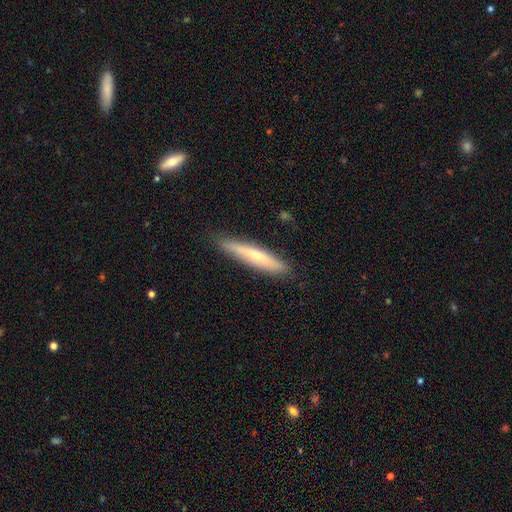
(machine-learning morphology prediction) Smooth or featured: smooth — 52% (featured or disk — 42%)
How rounded: cigar-shaped — 89% (in between — 10%)
Merging: none — 87% (minor disturbance — 10%)